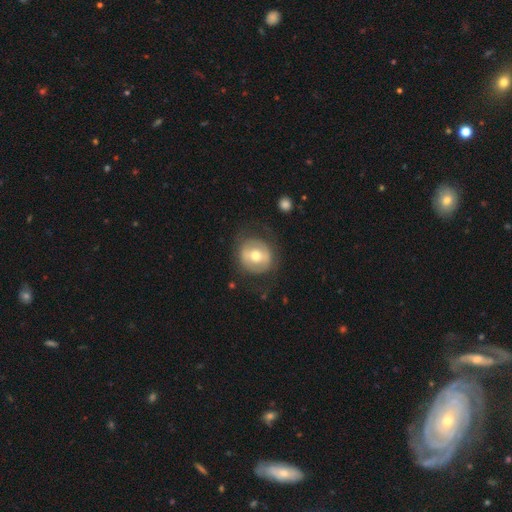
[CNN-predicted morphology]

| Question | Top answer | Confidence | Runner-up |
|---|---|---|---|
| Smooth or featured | featured or disk | 49% | smooth (44%) |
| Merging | none | 72% | minor disturbance (16%) |